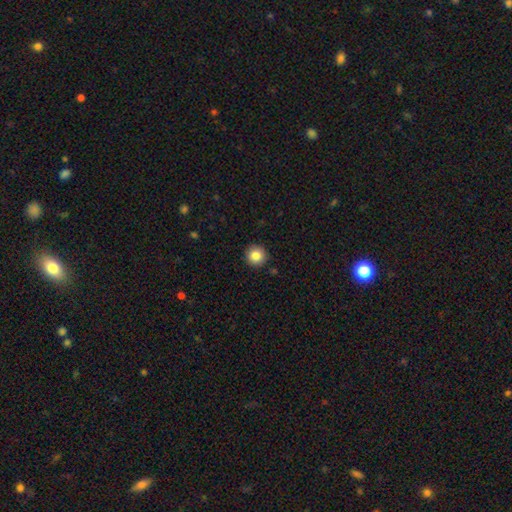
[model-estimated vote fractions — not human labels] The model was most divided on "smooth or featured": smooth: 84%, star or artifact: 10%, featured or disk: 6%. More confident: how rounded — round (95%); merging — none (92%).